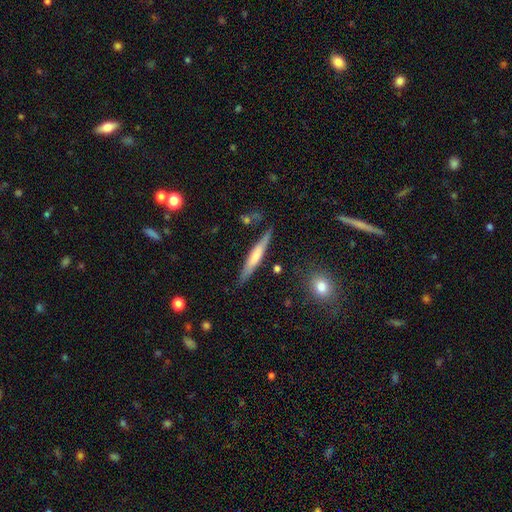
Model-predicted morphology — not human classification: Smooth or featured?
  - smooth: 51% *
  - featured or disk: 43%
  - star or artifact: 6%
How rounded?
  - cigar-shaped: 93% *
  - in between: 6%
  - round: 2%
Merging?
  - none: 82% *
  - minor disturbance: 12%
  - merger: 3%
  - major disturbance: 3%